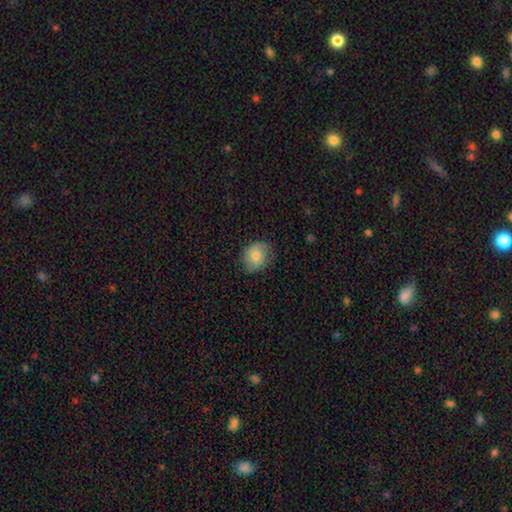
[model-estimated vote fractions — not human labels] Morphology: type=smooth (80%); roundness=round (65%); merging=none (74%).